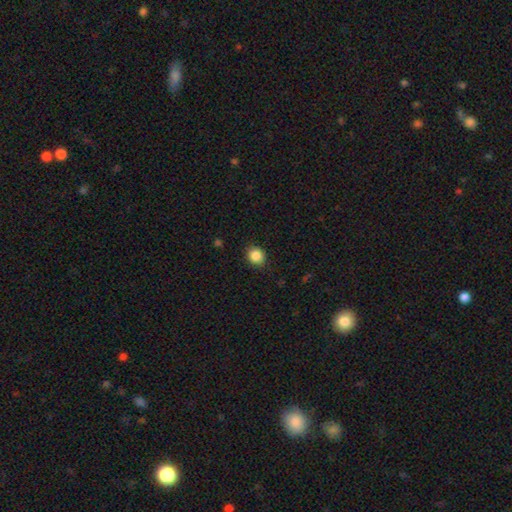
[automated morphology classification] Smooth or featured?
  - smooth: 87% *
  - star or artifact: 10%
  - featured or disk: 4%
How rounded?
  - round: 78% *
  - in between: 21%
  - cigar-shaped: 1%
Merging?
  - none: 89% *
  - minor disturbance: 8%
  - major disturbance: 2%
  - merger: 1%